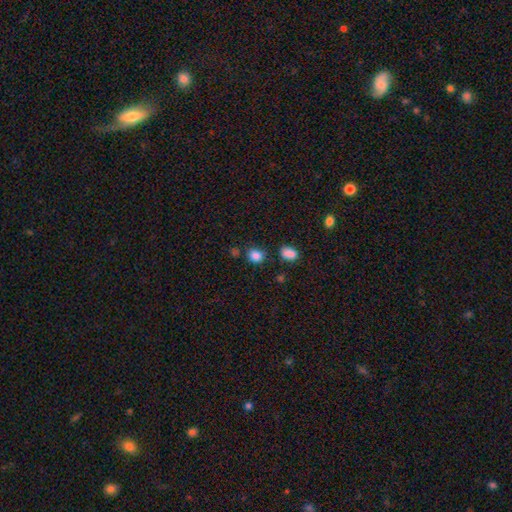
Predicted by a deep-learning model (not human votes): This appears to be a smooth galaxy with no disk features (85%) that is round (56%). Merging: none (76%).